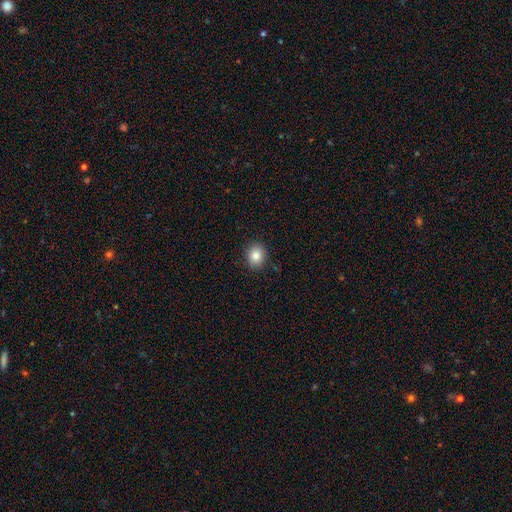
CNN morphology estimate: Overall: smooth (83%). How rounded: round (67%; in between 32%). Merging: none (89%).